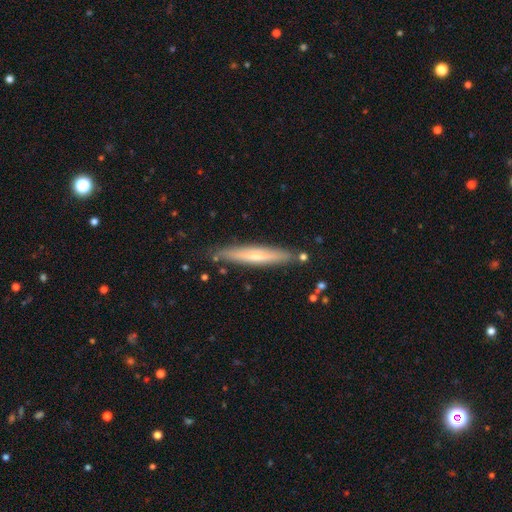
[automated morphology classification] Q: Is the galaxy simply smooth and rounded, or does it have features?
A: smooth — 52%.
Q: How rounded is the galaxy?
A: cigar-shaped — 93%.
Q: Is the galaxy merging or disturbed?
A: none — 83%.